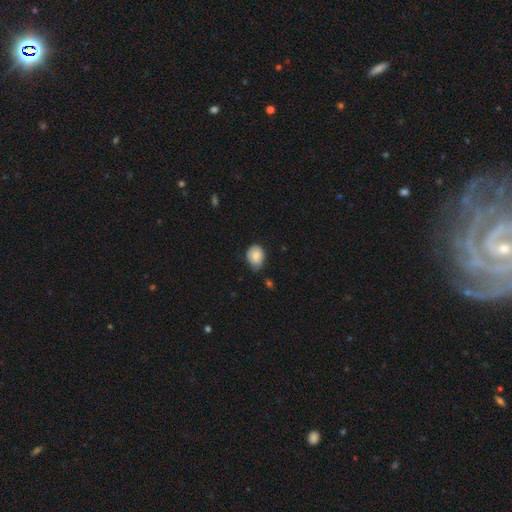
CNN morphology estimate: A smooth galaxy with no disk features (79%) that is in between round and cigar-shaped (60%). Merging: none (58%).